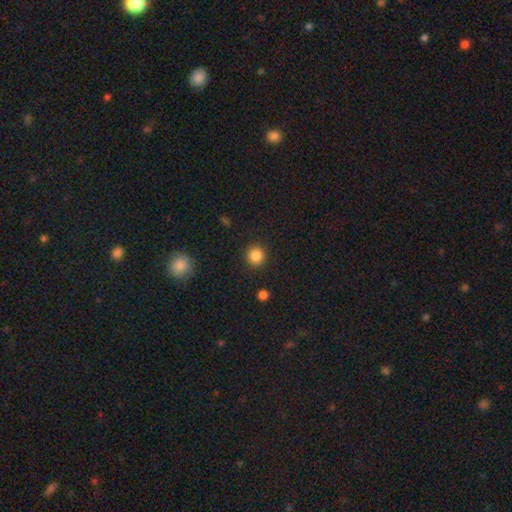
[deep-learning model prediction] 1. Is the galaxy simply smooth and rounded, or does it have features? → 85% smooth, 11% star or artifact, 4% featured or disk.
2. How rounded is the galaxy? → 93% round, 6% in between, 1% cigar-shaped.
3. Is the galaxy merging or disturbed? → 91% none, 6% minor disturbance, 2% major disturbance, 1% merger.